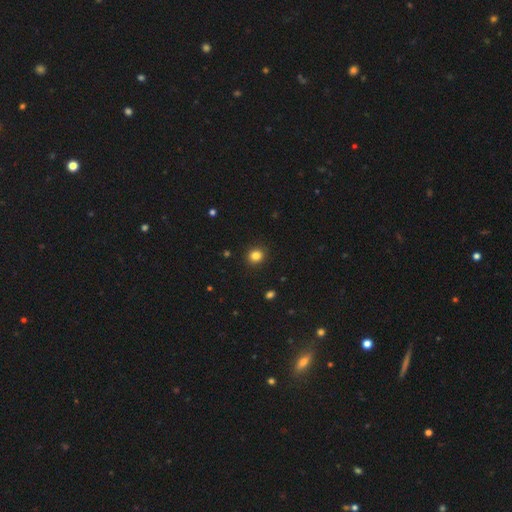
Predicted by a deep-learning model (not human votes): Q: Smooth or featured?
A: smooth (84%); runner-up: star or artifact (12%)
Q: How rounded?
A: round (84%); runner-up: in between (16%)
Q: Merging?
A: none (91%); runner-up: minor disturbance (6%)